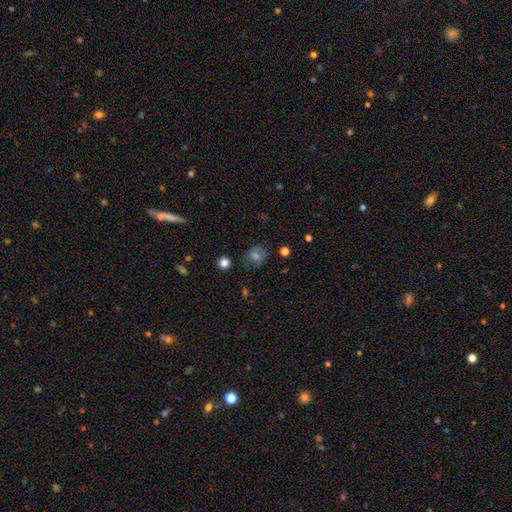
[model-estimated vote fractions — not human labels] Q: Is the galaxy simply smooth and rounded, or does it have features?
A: smooth — 54%.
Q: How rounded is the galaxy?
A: round — 65%.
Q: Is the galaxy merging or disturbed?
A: none — 72%.